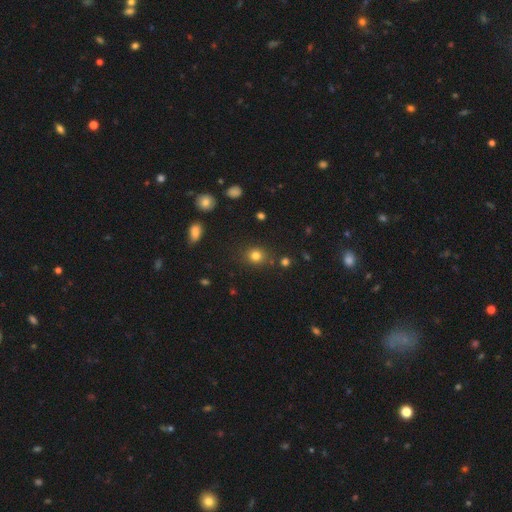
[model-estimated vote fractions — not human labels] smooth_or_featured: smooth (p=0.79) [alt: star or artifact p=0.14]
how_rounded: round (p=0.79) [alt: in between p=0.20]
merging: none (p=0.83) [alt: minor disturbance p=0.10]